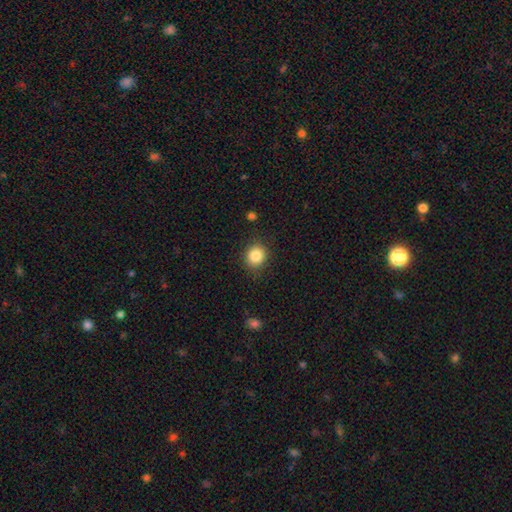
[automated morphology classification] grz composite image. It shows a smooth galaxy with no disk features (85%) that is round (82%). Merging: none (87%).